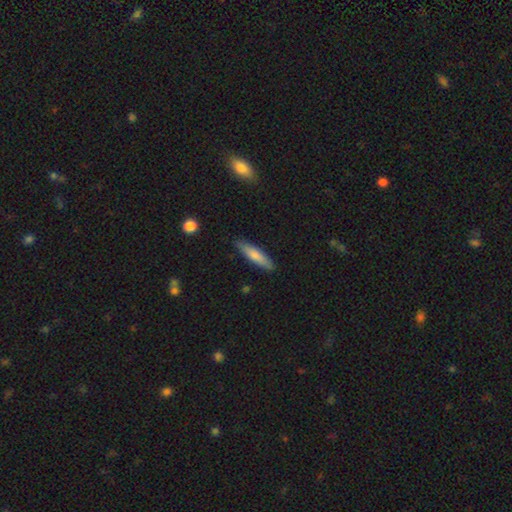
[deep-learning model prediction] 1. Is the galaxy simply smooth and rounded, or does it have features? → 74% smooth, 20% featured or disk, 6% star or artifact.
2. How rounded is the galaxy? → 75% cigar-shaped, 23% in between, 1% round.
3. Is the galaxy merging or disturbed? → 86% none, 11% minor disturbance, 2% major disturbance, 1% merger.